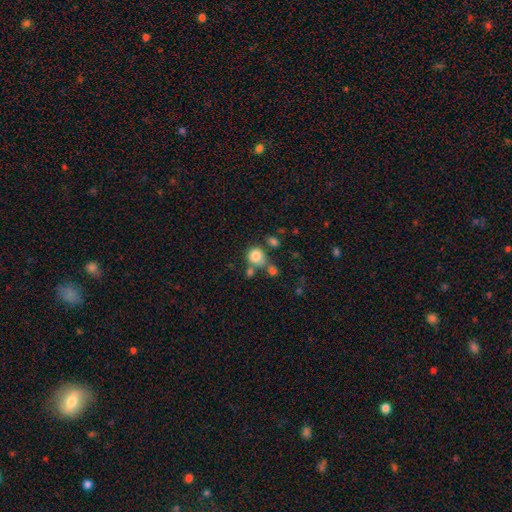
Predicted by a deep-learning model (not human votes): Smooth or featured? Predicted: smooth (p=0.81). How rounded? Predicted: round (p=0.84). Merging? Predicted: none (p=0.55).